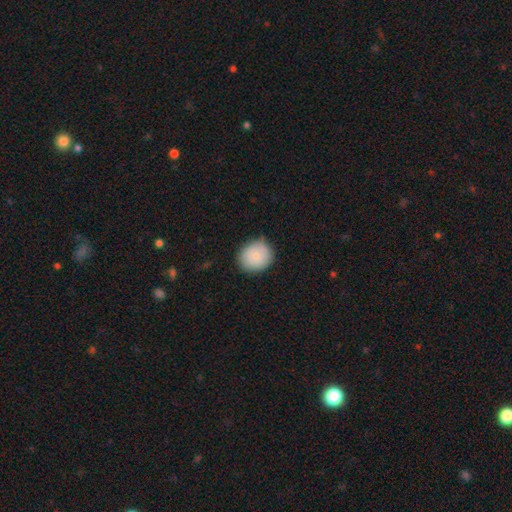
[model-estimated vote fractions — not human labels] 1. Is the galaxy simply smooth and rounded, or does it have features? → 85% smooth, 9% featured or disk, 7% star or artifact.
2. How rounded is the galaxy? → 78% round, 21% in between, 1% cigar-shaped.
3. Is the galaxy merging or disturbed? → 82% none, 14% minor disturbance, 3% major disturbance, 1% merger.